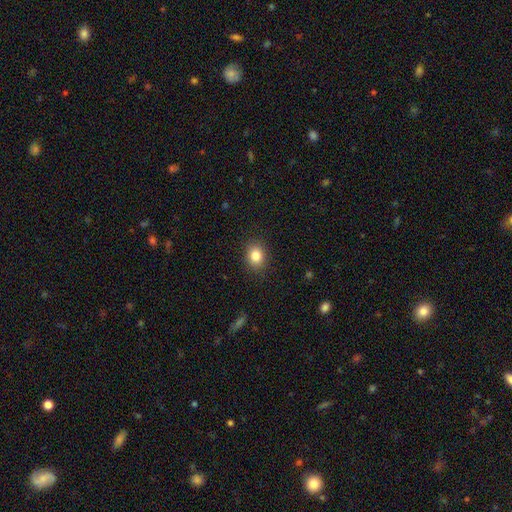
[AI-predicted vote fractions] smooth-or-featured: smooth: 84% | star or artifact: 10% | featured or disk: 6%
  how-rounded: round: 50% | in between: 49% | cigar-shaped: 1%
  merging: none: 88% | minor disturbance: 9% | major disturbance: 3% | merger: 1%